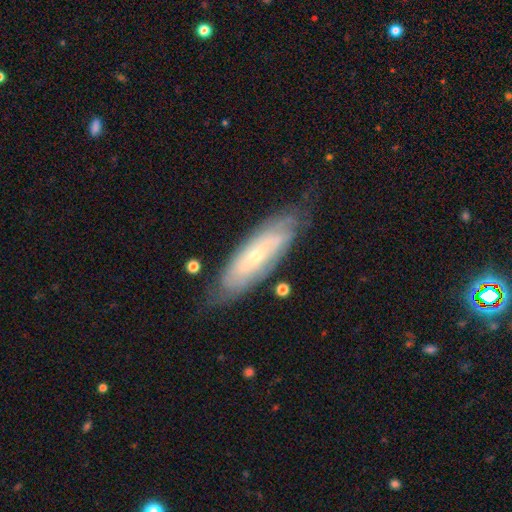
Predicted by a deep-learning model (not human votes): A featured or disk galaxy (66%) with no bar (65%), spiral arms (73%) and a small central bulge (61%).

Vote fractions:
- Smooth or featured? featured or disk: 66% / smooth: 27% / star or artifact: 6%
- Edge-on disk? no: 77% / yes: 23%
- Bar? no: 65% / weak: 27% / strong: 8%
- Spiral arms? yes: 73% / no: 27%
- Bulge size? small: 61% / moderate: 35% / large: 2% / none: 1% / dominant: 1%
- Merging? none: 70% / minor disturbance: 21% / major disturbance: 7% / merger: 2%